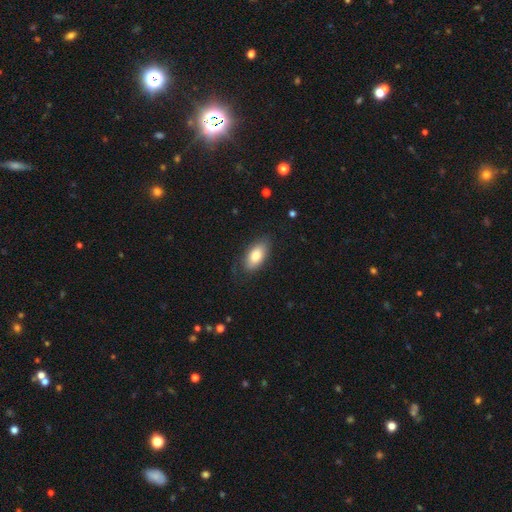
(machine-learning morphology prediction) smooth_or_featured: smooth (p=0.80) [alt: featured or disk p=0.14]
how_rounded: in between (p=0.92) [alt: cigar-shaped p=0.05]
merging: none (p=0.75) [alt: minor disturbance p=0.19]